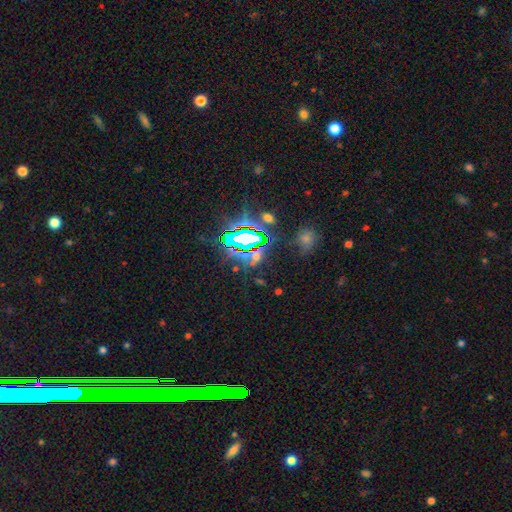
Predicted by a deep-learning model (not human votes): Smooth or featured?
  - star or artifact: 70% *
  - smooth: 19%
  - featured or disk: 12%